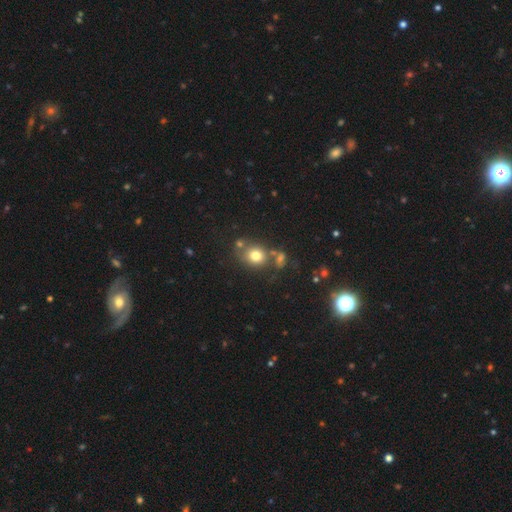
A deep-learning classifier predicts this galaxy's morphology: Smooth or featured? Predicted: smooth (p=0.76). How rounded? Predicted: round (p=0.73). Merging? Predicted: none (p=0.62).